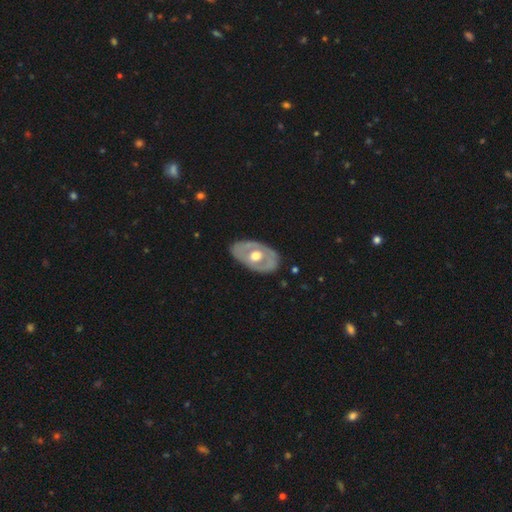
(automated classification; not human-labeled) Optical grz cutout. It shows a featured or disk galaxy (60%) with no bar (87%), no spiral arms (85%) and a moderate central bulge (66%). Merging: none (77%).